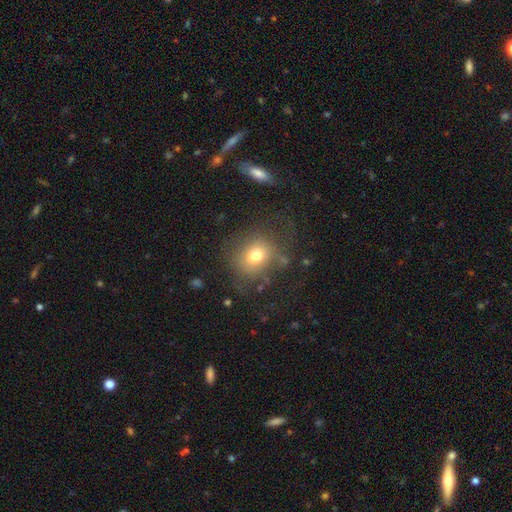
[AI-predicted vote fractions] This is likely a smooth galaxy (71%). How rounded: likely round (70%). Merging: likely none (64%).